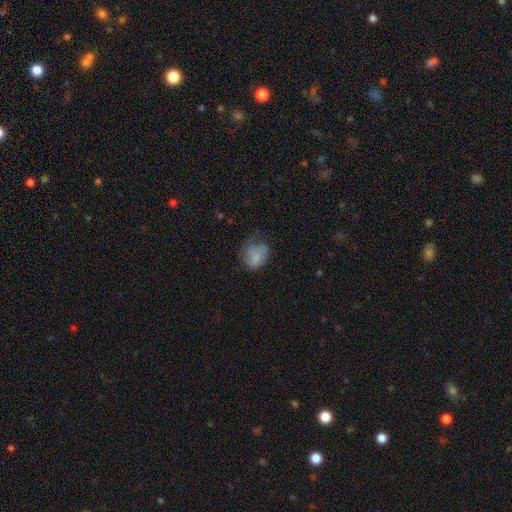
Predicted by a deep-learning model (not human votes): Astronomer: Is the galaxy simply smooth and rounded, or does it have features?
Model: smooth — 71%.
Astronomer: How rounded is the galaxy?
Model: round — 51% (runner-up: in between, 48%).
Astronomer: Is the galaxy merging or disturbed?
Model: none — 35% (runner-up: minor disturbance, 33%).